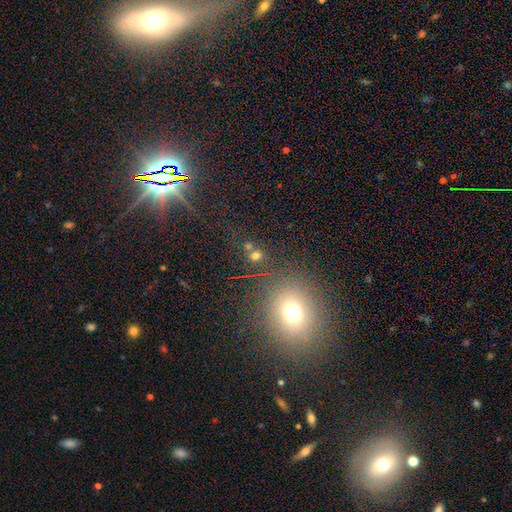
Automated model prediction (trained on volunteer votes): This is likely a smooth galaxy (64%). How rounded: clearly round (81%). Merging: likely none (68%).